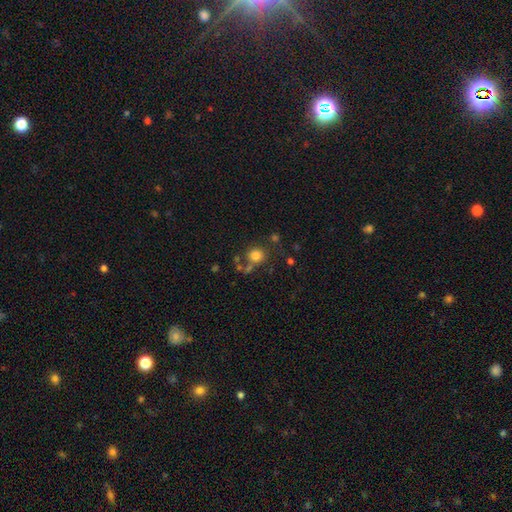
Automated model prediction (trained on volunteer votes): Smooth or featured: smooth — 78% (star or artifact — 13%)
How rounded: round — 87% (in between — 12%)
Merging: none — 64% (merger — 17%)